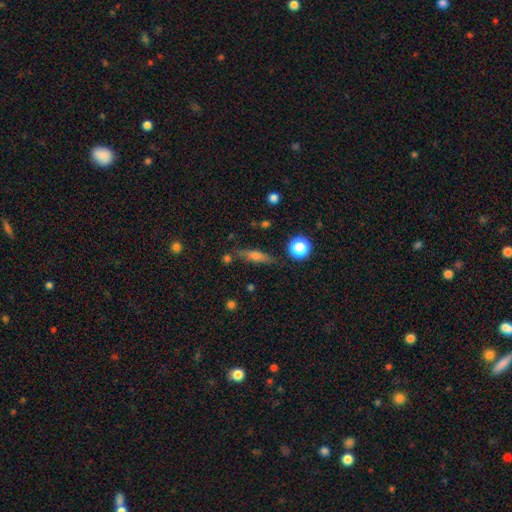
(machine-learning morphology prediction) featured or disk 45%, smooth 40%, star or artifact 14%. Down the decision tree: merging — none (80%).